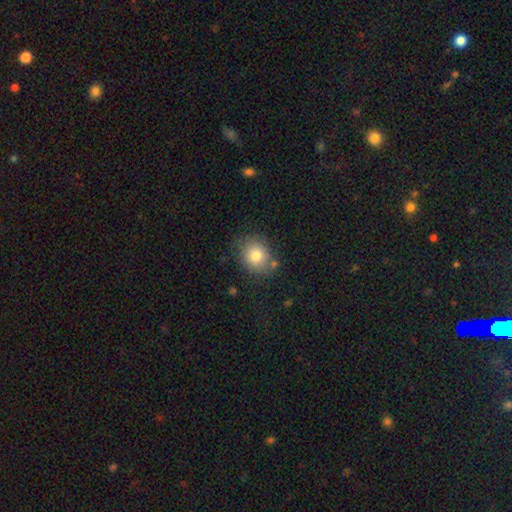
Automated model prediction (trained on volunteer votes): Overall: smooth (79%). How rounded: round (67%; in between 32%). Merging: none (74%).